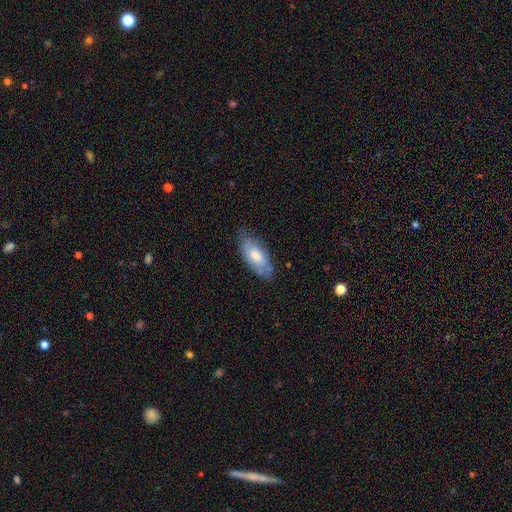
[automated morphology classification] smooth_or_featured: smooth (p=0.67) [alt: featured or disk p=0.27]
how_rounded: in between (p=0.85) [alt: cigar-shaped p=0.13]
merging: none (p=0.69) [alt: minor disturbance p=0.25]